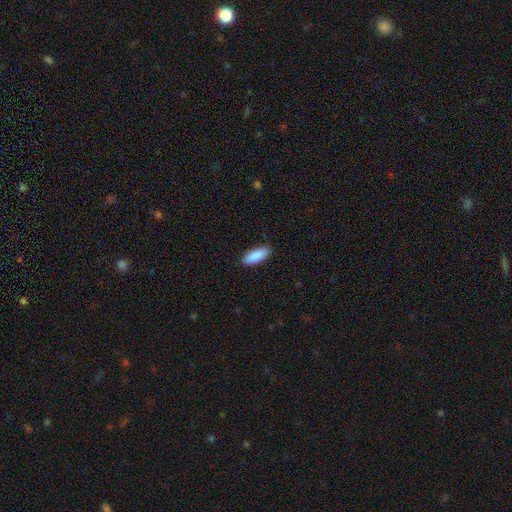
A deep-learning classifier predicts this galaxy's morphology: Smooth or featured? Predicted: smooth (p=0.90). How rounded? Predicted: in between (p=0.75). Merging? Predicted: none (p=0.89).